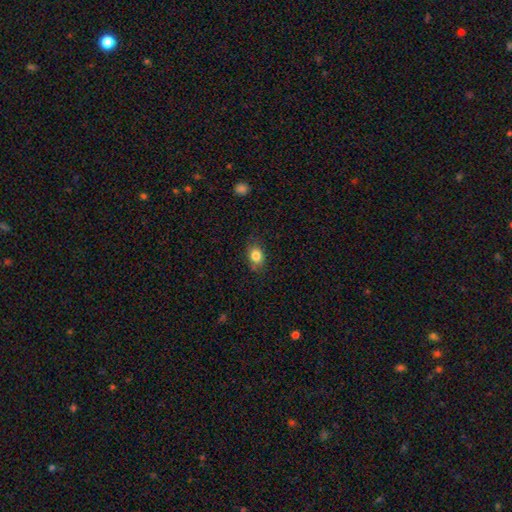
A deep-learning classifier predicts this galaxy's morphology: A smooth galaxy with no disk features (83%) that is in between round and cigar-shaped (60%).

Vote fractions:
- Smooth or featured? smooth: 83% / star or artifact: 10% / featured or disk: 7%
- How rounded? in between: 60% / round: 39% / cigar-shaped: 1%
- Merging? none: 78% / minor disturbance: 17% / major disturbance: 4% / merger: 2%